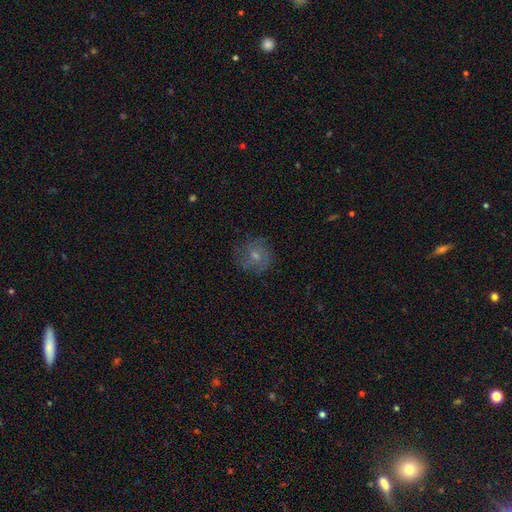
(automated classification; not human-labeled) Overall: featured or disk (48%; smooth 42%). Merging: none (72%).